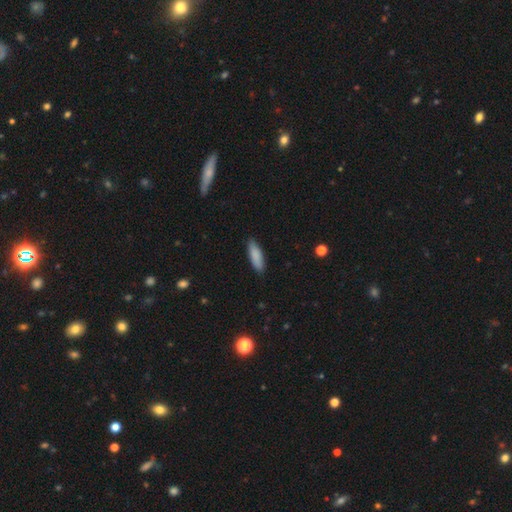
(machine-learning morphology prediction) smooth 87%, featured or disk 7%, star or artifact 6%. Down the decision tree: how rounded — in between (50%); merging — none (86%).